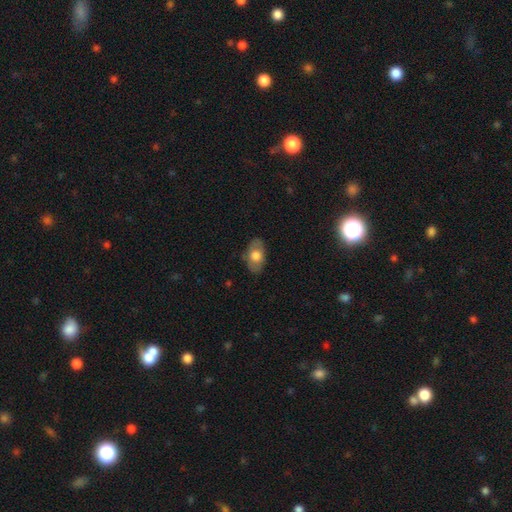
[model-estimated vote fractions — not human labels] The model was most divided on "smooth or featured": smooth: 65%, featured or disk: 28%, star or artifact: 6%. More confident: how rounded — in between (90%); merging — none (79%).